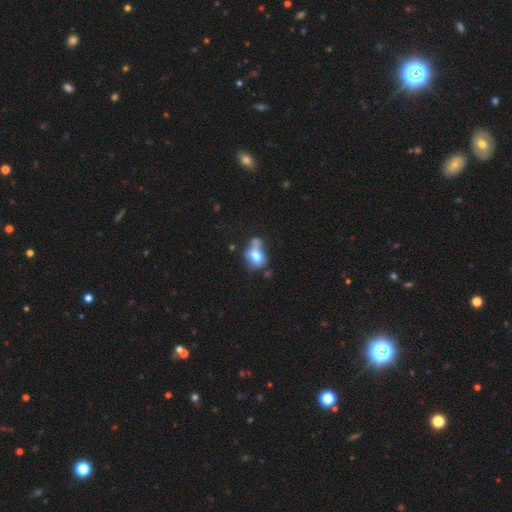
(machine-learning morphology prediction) This appears to be a smooth galaxy with no disk features (67%) that is in between round and cigar-shaped (70%). Merging: merger (40%).